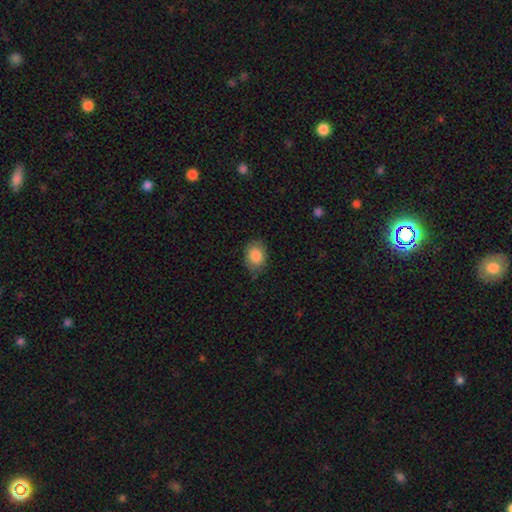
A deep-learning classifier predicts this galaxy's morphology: smooth_or_featured: smooth (p=0.85) [alt: featured or disk p=0.08]
how_rounded: in between (p=0.67) [alt: round p=0.32]
merging: none (p=0.76) [alt: minor disturbance p=0.19]